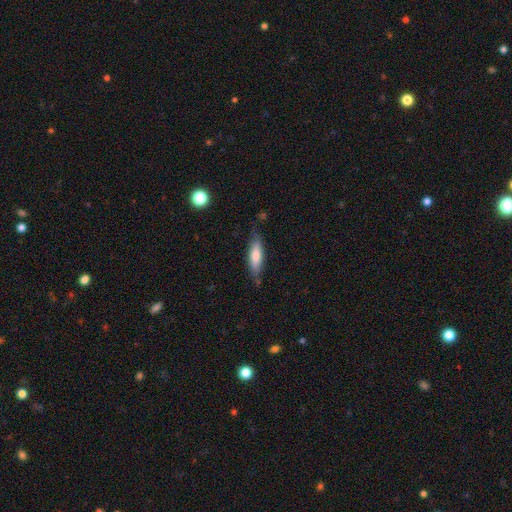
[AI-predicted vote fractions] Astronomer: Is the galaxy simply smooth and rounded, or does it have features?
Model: smooth — 73%.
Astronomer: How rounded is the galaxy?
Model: cigar-shaped — 58% (runner-up: in between, 41%).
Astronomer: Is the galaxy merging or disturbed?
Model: none — 73%.